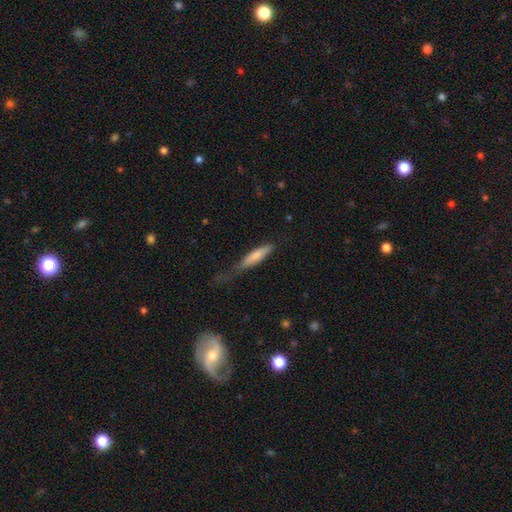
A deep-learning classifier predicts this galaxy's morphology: Q: Smooth or featured?
A: smooth (74%); runner-up: featured or disk (21%)
Q: How rounded?
A: cigar-shaped (82%); runner-up: in between (17%)
Q: Merging?
A: none (43%); runner-up: minor disturbance (33%)